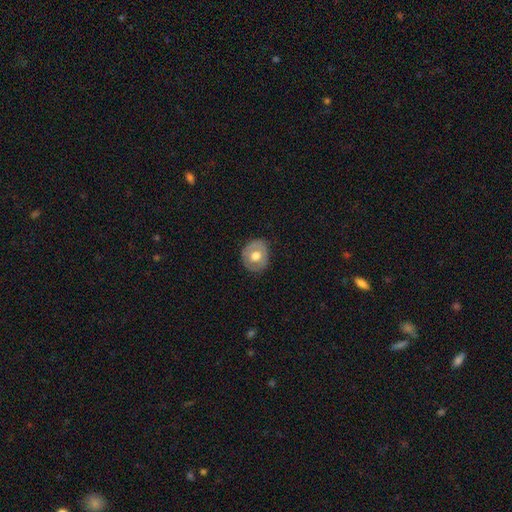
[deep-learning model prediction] Smooth or featured? Predicted: smooth (p=0.53). How rounded? Predicted: round (p=0.69). Merging? Predicted: none (p=0.80).